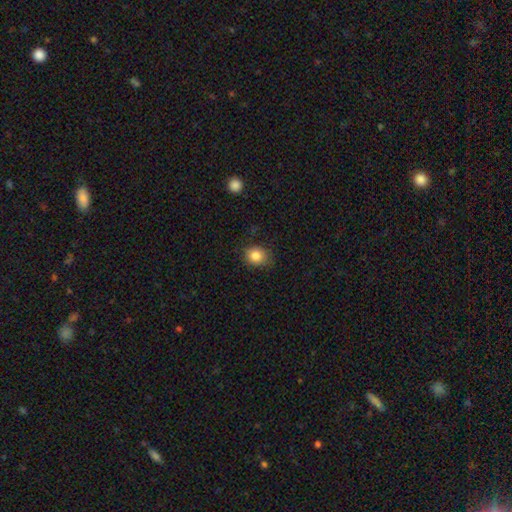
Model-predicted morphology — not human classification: A smooth galaxy with no disk features (84%) that is round (64%). Merging: none (76%).